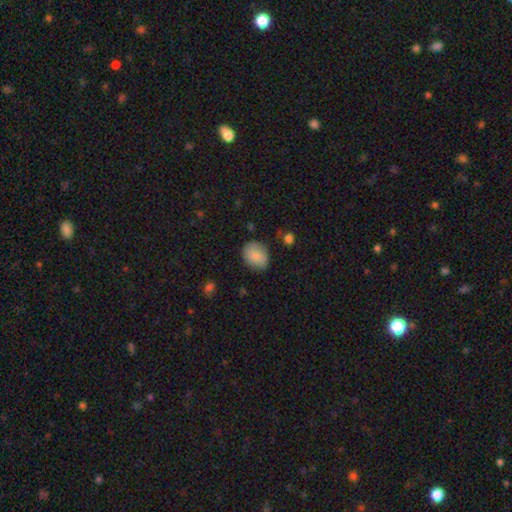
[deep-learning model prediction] Overall: smooth (83%). How rounded: in between (62%; round 37%). Merging: none (75%).